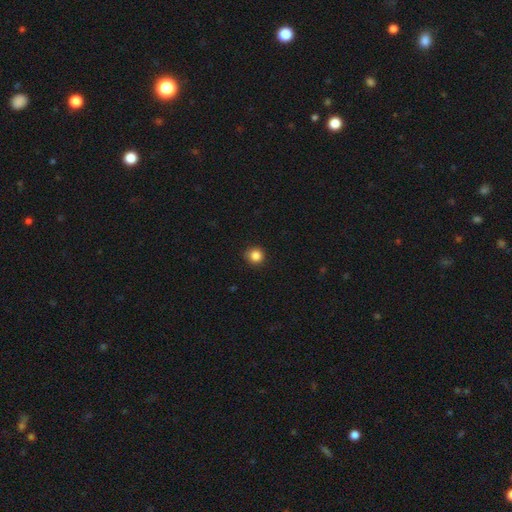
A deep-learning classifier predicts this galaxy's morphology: Smooth or featured? smooth (85%)
How rounded? round (92%)
Merging? none (86%)